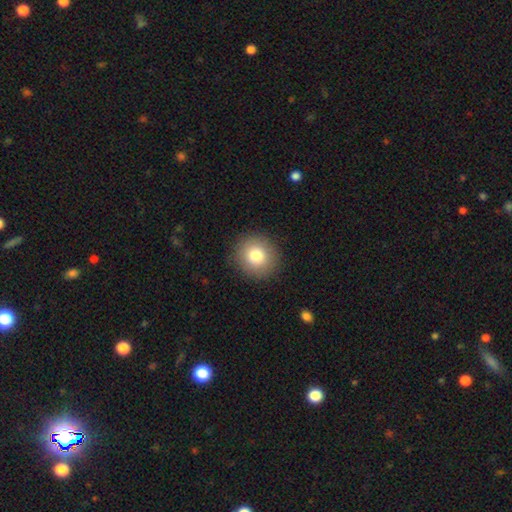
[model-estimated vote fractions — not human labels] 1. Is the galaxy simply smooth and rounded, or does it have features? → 80% smooth, 10% star or artifact, 10% featured or disk.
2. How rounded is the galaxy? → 91% round, 8% in between, 1% cigar-shaped.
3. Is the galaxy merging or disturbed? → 91% none, 6% minor disturbance, 2% major disturbance, 1% merger.